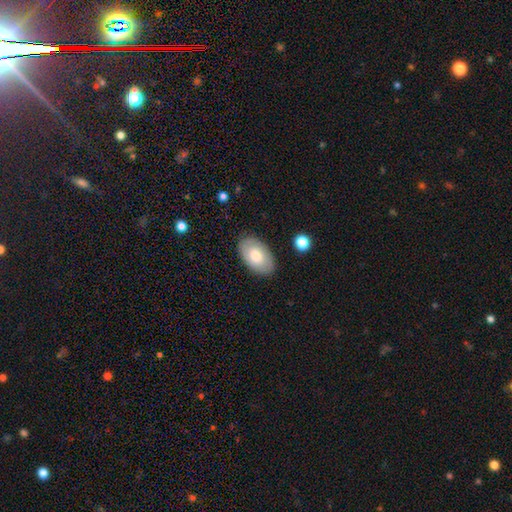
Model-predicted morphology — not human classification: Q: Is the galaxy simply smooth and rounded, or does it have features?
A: smooth — 70%.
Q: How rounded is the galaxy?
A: in between — 94%.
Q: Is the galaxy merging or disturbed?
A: none — 86%.